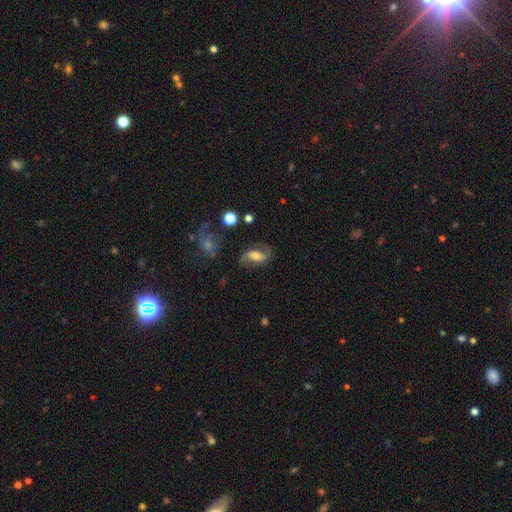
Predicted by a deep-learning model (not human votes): featured or disk 70%, smooth 21%, star or artifact 8%. Down the decision tree: edge-on disk — no (95%); bar — weak (37%); spiral arms — yes (91%); spiral arm count — 2 (89%); spiral winding — loose (51%); bulge size — moderate (53%); merging — none (70%).